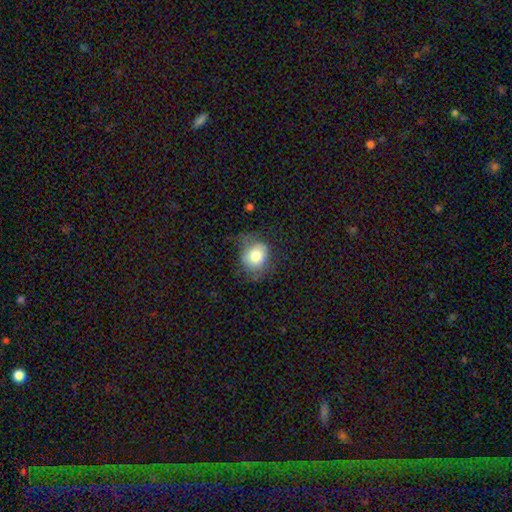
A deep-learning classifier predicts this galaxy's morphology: A smooth galaxy with no disk features (74%) that is round (60%).

Vote fractions:
- Smooth or featured? smooth: 74% / featured or disk: 18% / star or artifact: 8%
- How rounded? round: 60% / in between: 39% / cigar-shaped: 1%
- Merging? none: 52% / minor disturbance: 29% / major disturbance: 17% / merger: 2%